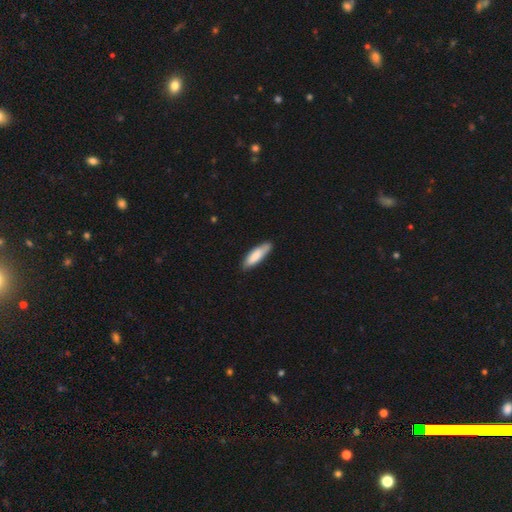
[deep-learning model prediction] smooth 82%, featured or disk 13%, star or artifact 5%. Down the decision tree: how rounded — cigar-shaped (57%); merging — none (81%).